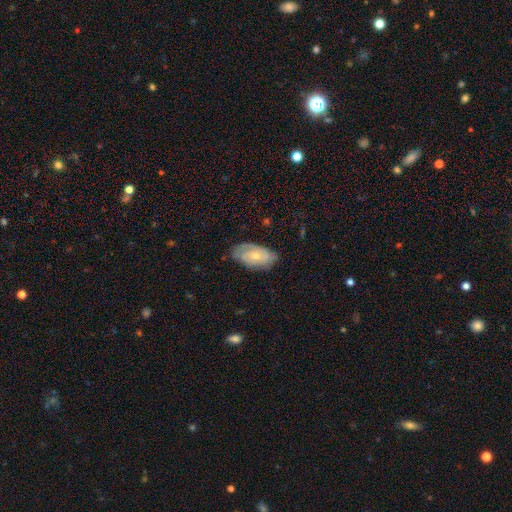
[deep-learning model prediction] This appears to be a featured or disk galaxy (50%). Merging: none (69%).